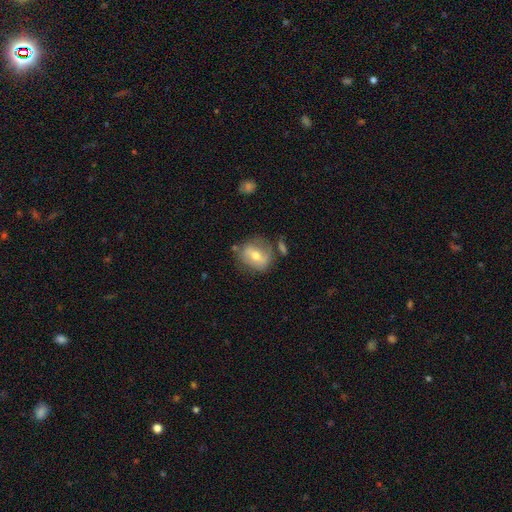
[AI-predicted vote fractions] Overall: smooth (55%; featured or disk 37%). How rounded: round (63%; in between 35%). Merging: none (64%).